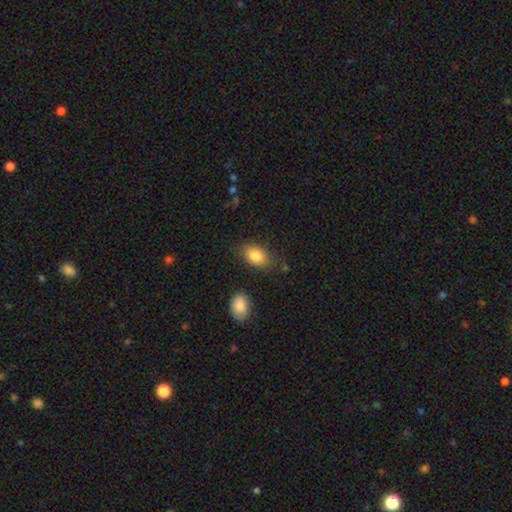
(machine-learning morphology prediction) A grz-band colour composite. It shows a smooth galaxy with no disk features (83%) that is in between round and cigar-shaped (84%). Merging: none (76%).